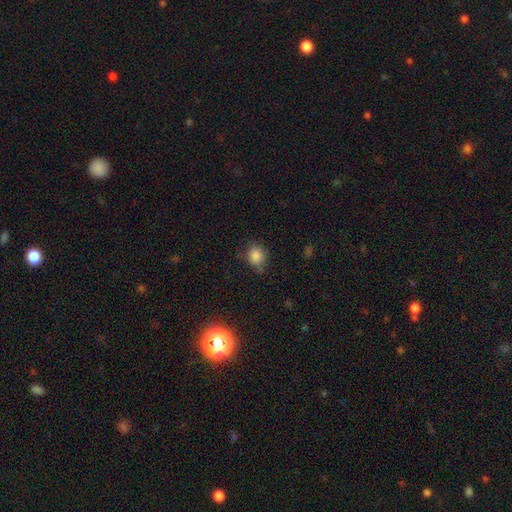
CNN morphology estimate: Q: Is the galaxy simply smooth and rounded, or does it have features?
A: smooth — 85%.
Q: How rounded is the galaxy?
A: round — 62%.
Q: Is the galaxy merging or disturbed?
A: none — 69%.